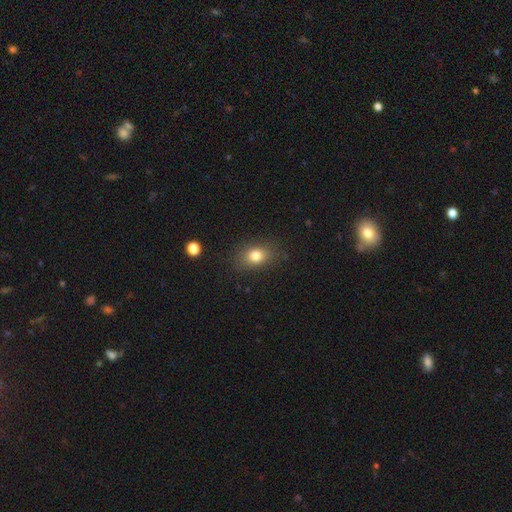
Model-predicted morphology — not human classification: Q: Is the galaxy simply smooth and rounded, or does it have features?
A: smooth — 80%.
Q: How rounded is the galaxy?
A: in between — 67%.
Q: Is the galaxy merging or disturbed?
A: none — 83%.